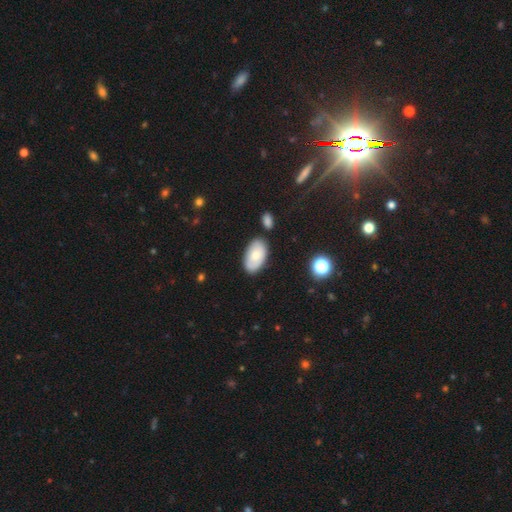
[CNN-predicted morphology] This is likely a smooth galaxy (71%). How rounded: clearly in between (95%). Merging: likely none (78%).